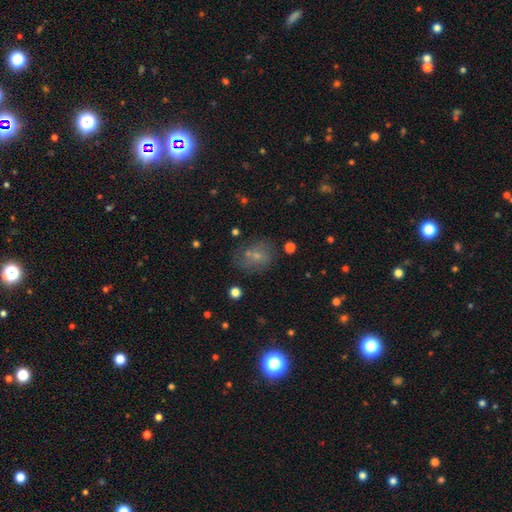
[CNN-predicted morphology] This appears to be a smooth galaxy with no disk features (58%) that is round (51%). Merging: none (60%).